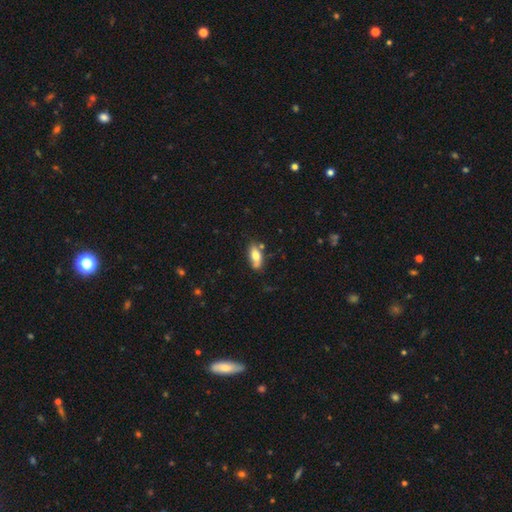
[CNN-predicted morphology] Overall: smooth (70%). How rounded: in between (81%). Merging: none (67%).